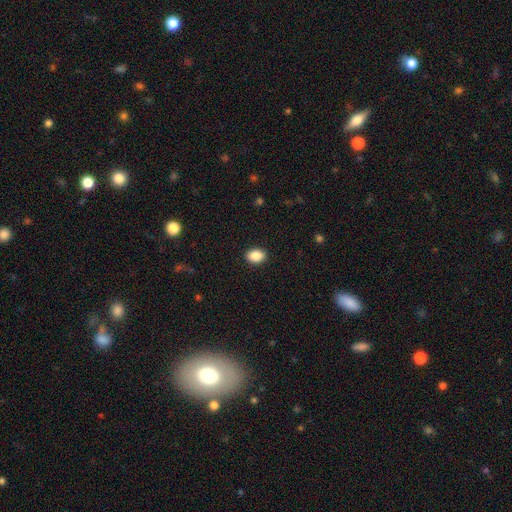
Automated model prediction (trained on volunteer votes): This appears to be a smooth galaxy with no disk features (88%) that is in between round and cigar-shaped (78%). Merging: none (91%).